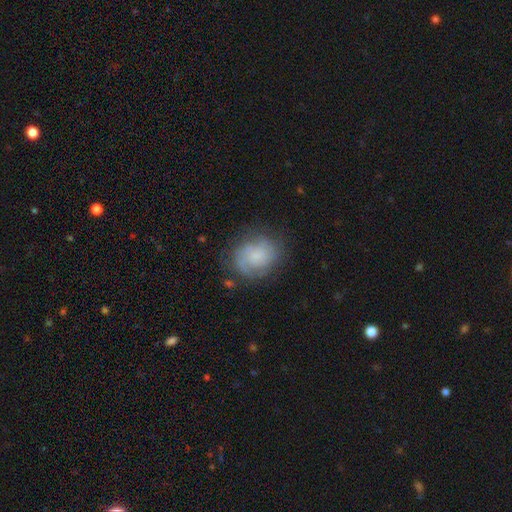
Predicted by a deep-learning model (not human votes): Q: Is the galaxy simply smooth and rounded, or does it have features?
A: featured or disk — 54%.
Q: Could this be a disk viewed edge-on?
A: no — 98%.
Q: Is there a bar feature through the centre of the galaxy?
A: no — 78%.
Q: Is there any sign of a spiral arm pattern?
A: yes — 84%.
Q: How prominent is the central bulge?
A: small — 65%.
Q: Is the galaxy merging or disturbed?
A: none — 66%.